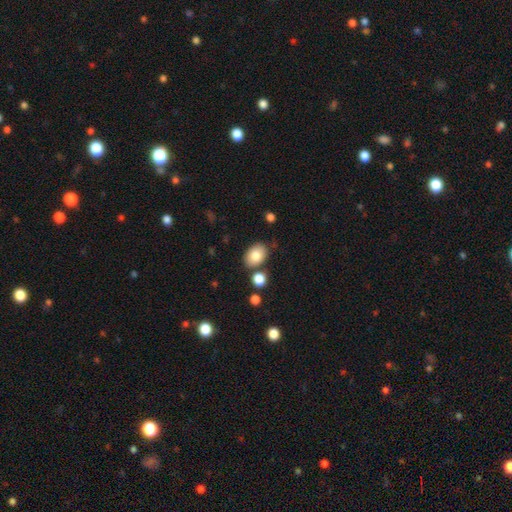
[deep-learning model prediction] A smooth galaxy with no disk features (82%) that is in between round and cigar-shaped (82%). Merging: none (78%).